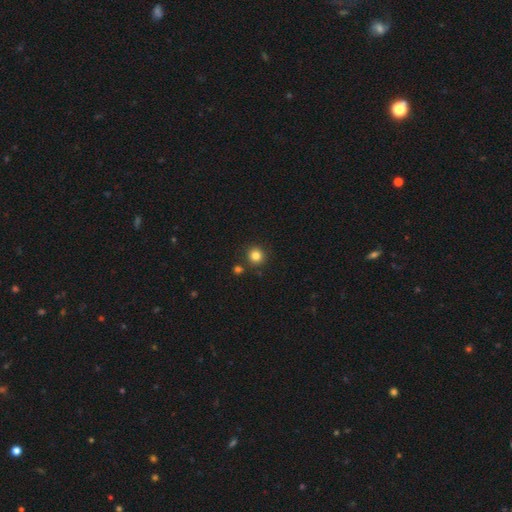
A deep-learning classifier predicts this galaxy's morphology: Smooth or featured: smooth — 83% (star or artifact — 12%)
How rounded: round — 93% (in between — 6%)
Merging: none — 86% (minor disturbance — 7%)